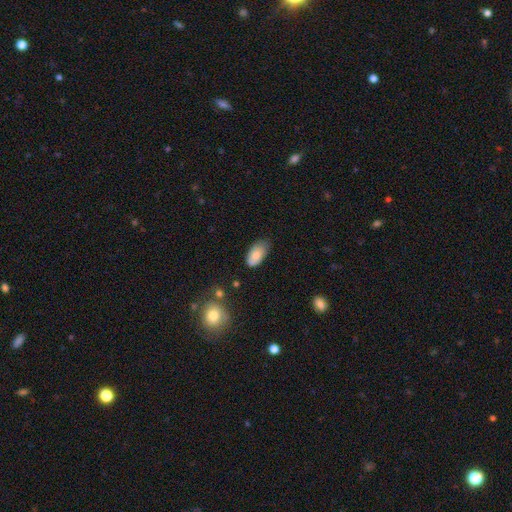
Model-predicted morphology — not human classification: smooth-or-featured: smooth: 75% | featured or disk: 17% | star or artifact: 7%
  how-rounded: in between: 94% | round: 4% | cigar-shaped: 3%
  merging: none: 54% | minor disturbance: 36% | major disturbance: 8% | merger: 3%